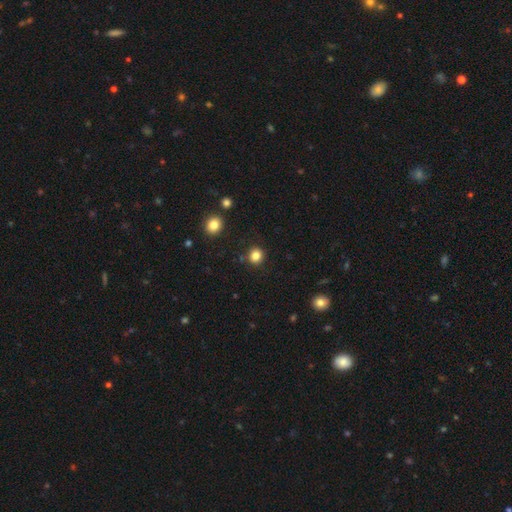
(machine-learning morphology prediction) Smooth or featured? smooth (84%)
How rounded? round (89%)
Merging? none (89%)